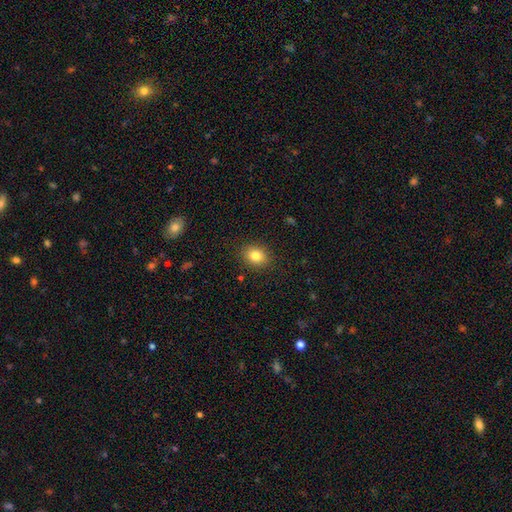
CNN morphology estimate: smooth-or-featured: smooth: 82% | star or artifact: 10% | featured or disk: 7%
  how-rounded: round: 51% | in between: 48% | cigar-shaped: 1%
  merging: none: 88% | minor disturbance: 8% | major disturbance: 2% | merger: 1%